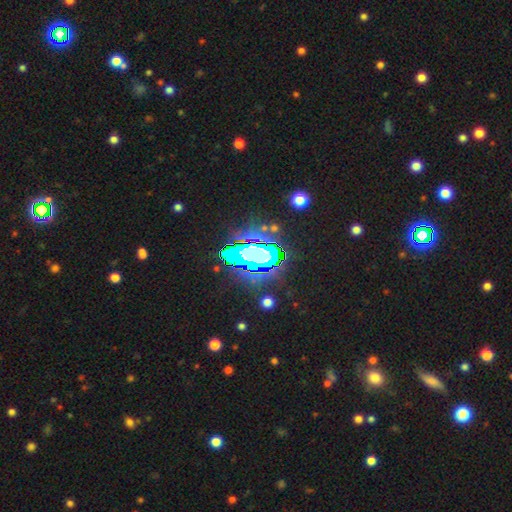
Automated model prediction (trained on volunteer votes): Smooth or featured?
  - star or artifact: 79% *
  - smooth: 12%
  - featured or disk: 9%